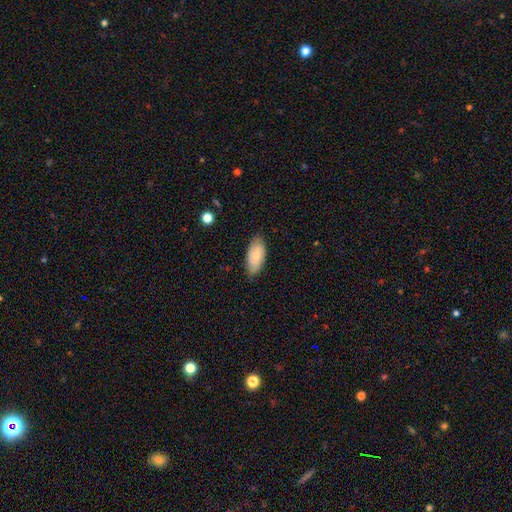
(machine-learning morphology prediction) smooth 74%, featured or disk 20%, star or artifact 6%. Down the decision tree: how rounded — in between (93%); merging — none (80%).